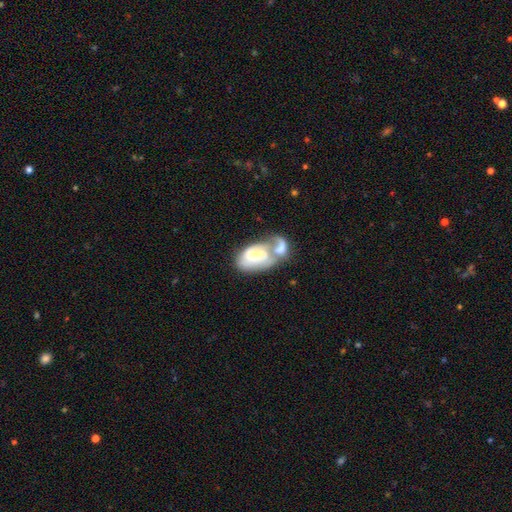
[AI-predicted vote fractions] This appears to be a featured or disk galaxy (55%) with no bar (45%), spiral arms (68%) and a small central bulge (32%). Merging: merger (62%).